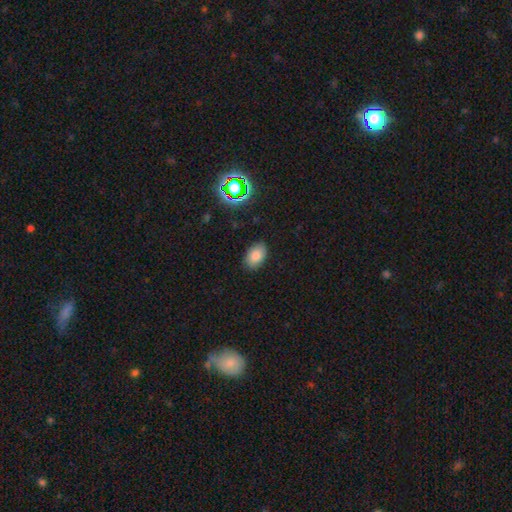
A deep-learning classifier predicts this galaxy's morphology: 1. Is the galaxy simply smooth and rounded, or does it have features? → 81% smooth, 11% star or artifact, 7% featured or disk.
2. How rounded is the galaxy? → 89% in between, 10% round, 1% cigar-shaped.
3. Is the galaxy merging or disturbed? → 87% none, 10% minor disturbance, 2% major disturbance, 1% merger.